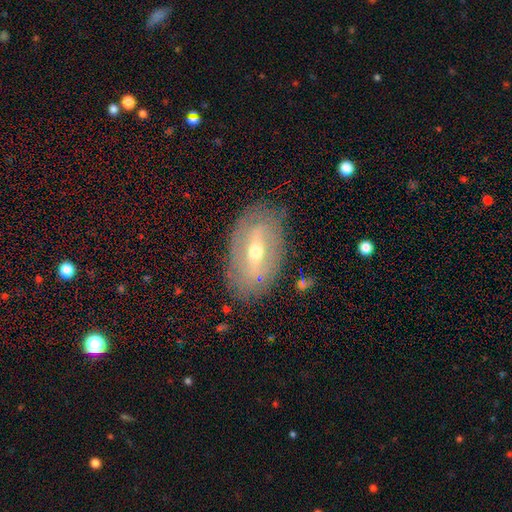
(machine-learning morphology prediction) featured or disk 69%, smooth 21%, star or artifact 9%. Down the decision tree: edge-on disk — no (87%); bar — weak (41%, tied with strong); spiral arms — yes (60%); bulge size — moderate (62%); merging — none (79%).